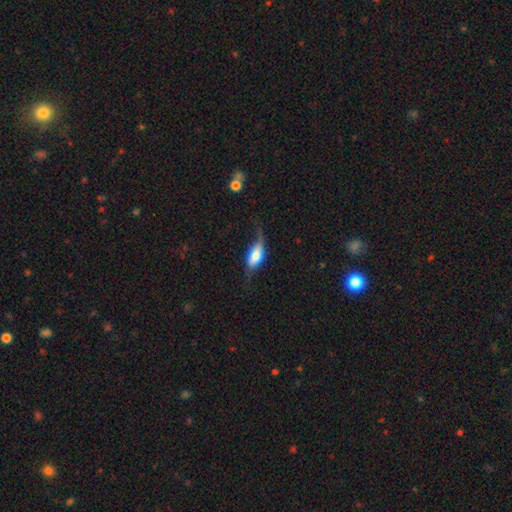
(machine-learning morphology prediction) A smooth galaxy with no disk features (57%) that is in between round and cigar-shaped (80%).

Vote fractions:
- Smooth or featured? smooth: 57% / featured or disk: 36% / star or artifact: 7%
- How rounded? in between: 80% / cigar-shaped: 15% / round: 4%
- Merging? none: 37% / minor disturbance: 32% / major disturbance: 29% / merger: 3%